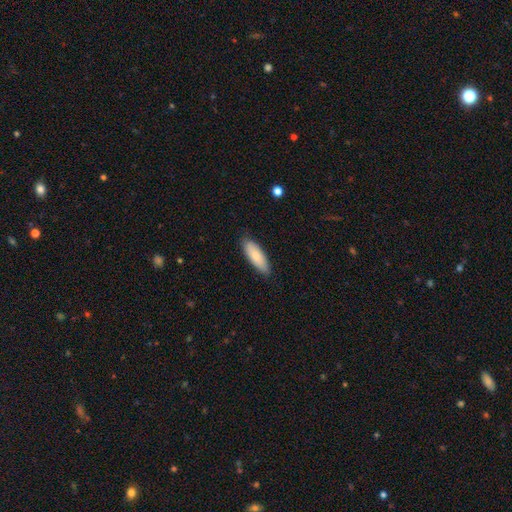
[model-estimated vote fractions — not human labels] The model was most divided on "how rounded": in between: 64%, cigar-shaped: 34%, round: 2%. More confident: merging — none (84%); smooth or featured — smooth (82%).